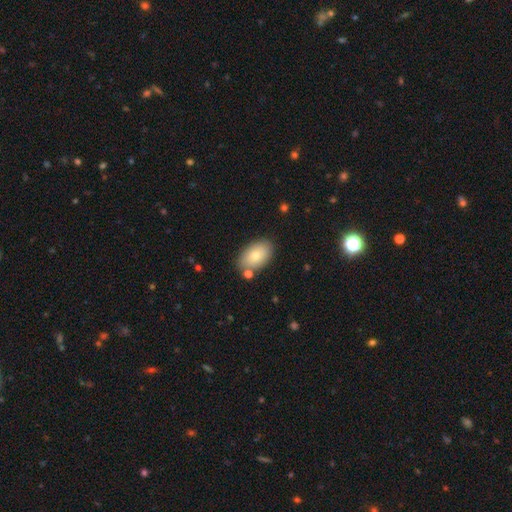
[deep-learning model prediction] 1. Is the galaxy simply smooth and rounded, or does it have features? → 76% smooth, 16% featured or disk, 8% star or artifact.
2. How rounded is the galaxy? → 90% in between, 8% round, 1% cigar-shaped.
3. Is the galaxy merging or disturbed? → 80% none, 12% minor disturbance, 5% merger, 3% major disturbance.